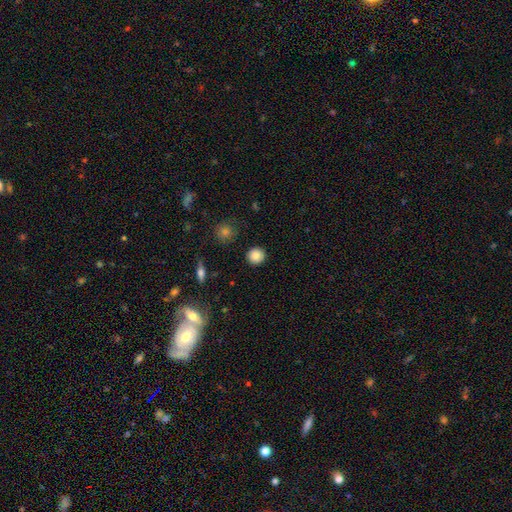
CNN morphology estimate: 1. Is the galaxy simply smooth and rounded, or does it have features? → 86% smooth, 10% star or artifact, 4% featured or disk.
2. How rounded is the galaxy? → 94% round, 5% in between, 1% cigar-shaped.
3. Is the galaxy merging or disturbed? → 92% none, 5% minor disturbance, 2% major disturbance, 1% merger.